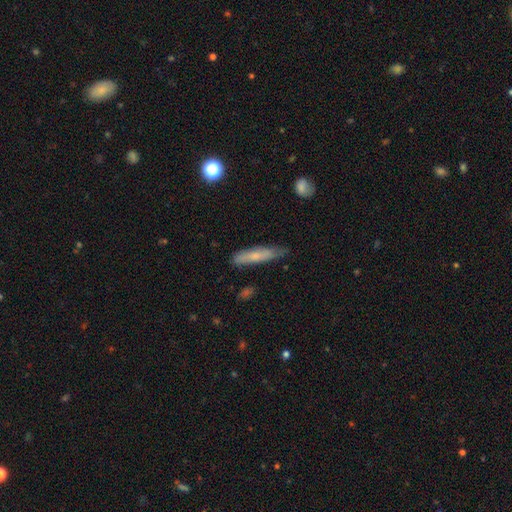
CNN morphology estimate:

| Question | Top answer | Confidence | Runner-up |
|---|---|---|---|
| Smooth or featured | smooth | 64% | featured or disk (29%) |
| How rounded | cigar-shaped | 87% | in between (11%) |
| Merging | none | 71% | minor disturbance (23%) |